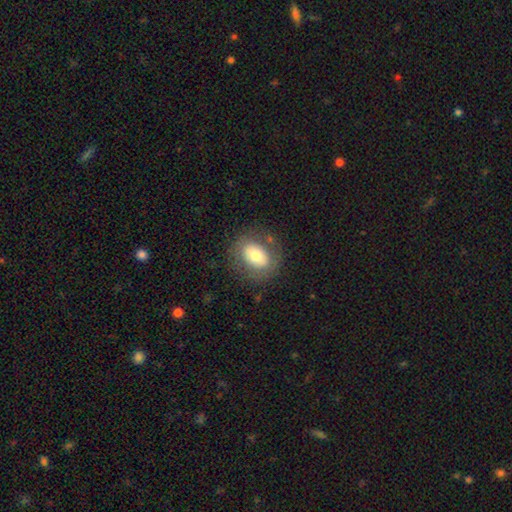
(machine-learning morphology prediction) Q: Smooth or featured?
A: smooth (67%); runner-up: featured or disk (25%)
Q: How rounded?
A: in between (66%); runner-up: round (33%)
Q: Merging?
A: none (77%); runner-up: minor disturbance (14%)